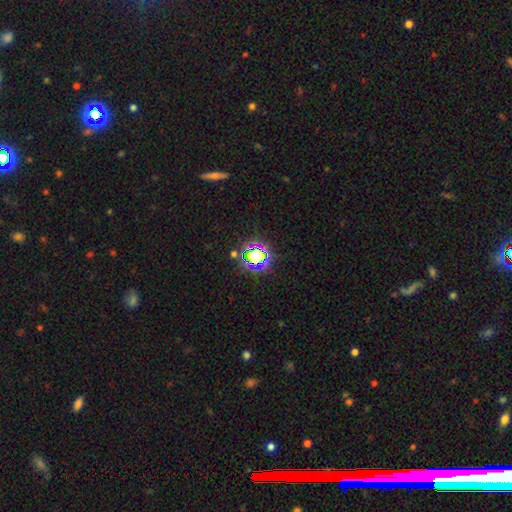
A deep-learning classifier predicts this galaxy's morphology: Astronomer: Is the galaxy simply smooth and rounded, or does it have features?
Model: star or artifact — 61%.